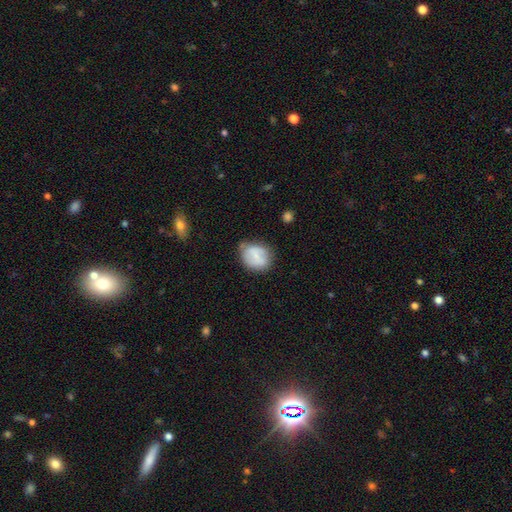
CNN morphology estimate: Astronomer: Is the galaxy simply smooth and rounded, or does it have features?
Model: smooth — 66%.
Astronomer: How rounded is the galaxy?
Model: round — 56% (runner-up: in between, 43%).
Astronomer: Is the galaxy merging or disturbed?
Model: none — 58%.